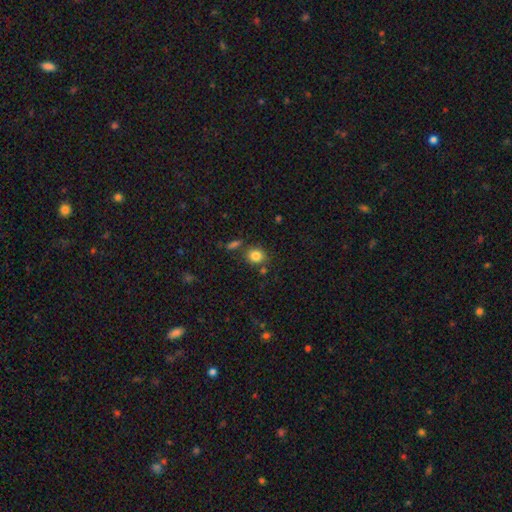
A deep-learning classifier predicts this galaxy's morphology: Smooth or featured: smooth — 83% (star or artifact — 11%)
How rounded: round — 75% (in between — 24%)
Merging: none — 77% (minor disturbance — 11%)